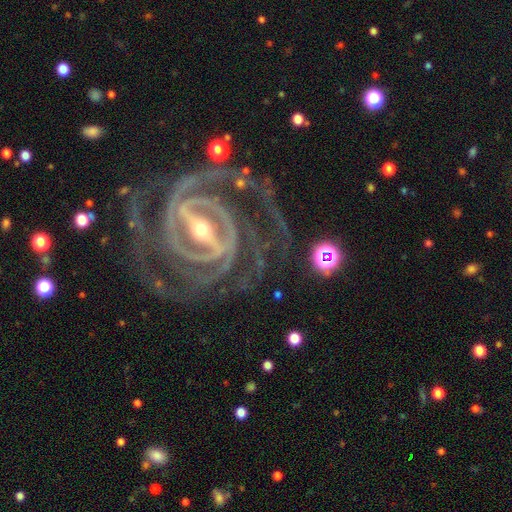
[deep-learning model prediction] smooth-or-featured: featured or disk: 93% | star or artifact: 5% | smooth: 3%
  disk-edge-on: no: 96% | yes: 4%
    bar: strong: 74% | weak: 20% | no: 6%
    has-spiral-arms: yes: 98% | no: 2%
      spiral-winding: tight: 75% | medium: 21% | loose: 4%
      spiral-arm-count: 2: 36% | 3: 20% | 4: 15% | can't tell: 15% | more than 4: 8% | 1: 7%
    bulge-size: small: 53% | moderate: 43% | large: 3% | none: 1% | dominant: 1%
  merging: none: 71% | minor disturbance: 14% | major disturbance: 12% | merger: 2%